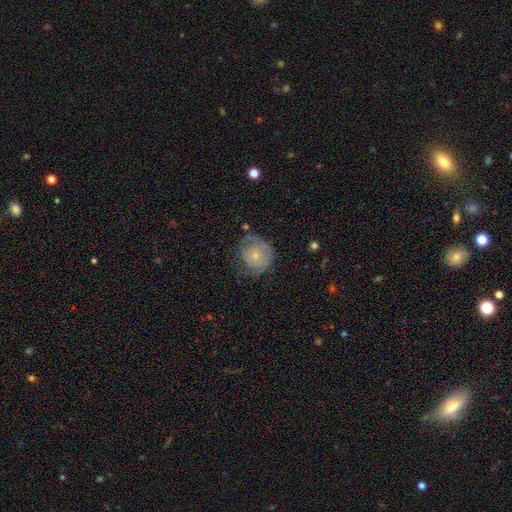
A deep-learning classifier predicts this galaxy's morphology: A featured or disk galaxy (59%) with no bar (84%), spiral arms (76%) and a small central bulge (68%). Merging: none (56%).